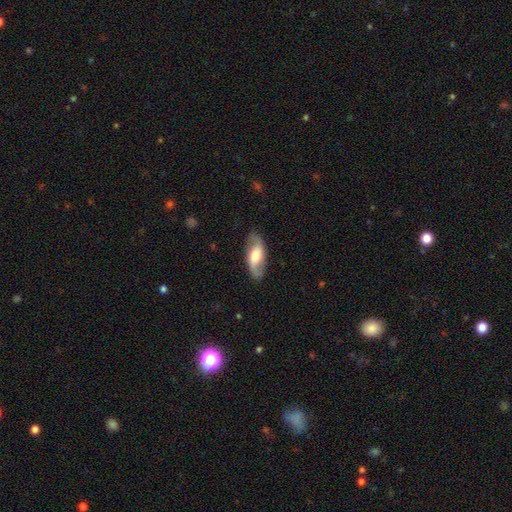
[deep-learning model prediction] smooth_or_featured: featured or disk (p=0.63) [alt: smooth p=0.31]
disk_edge_on: no (p=0.89) [alt: yes p=0.11]
bar: no (p=0.42) [alt: weak p=0.40]
has_spiral_arms: yes (p=0.86) [alt: no p=0.14]
bulge_size: moderate (p=0.52) [alt: large p=0.29]
merging: none (p=0.82) [alt: minor disturbance p=0.13]